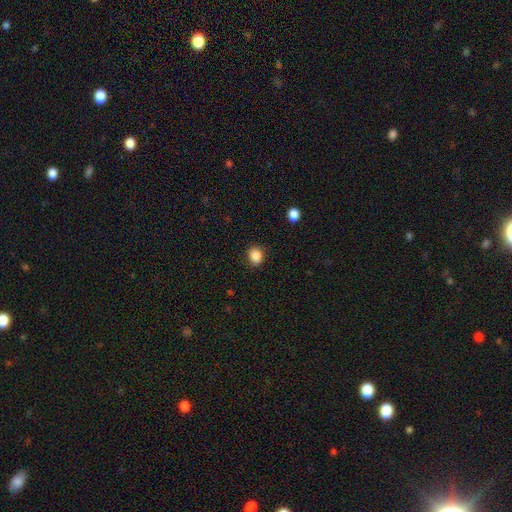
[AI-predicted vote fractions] smooth_or_featured: smooth (p=0.87) [alt: star or artifact p=0.10]
how_rounded: round (p=0.67) [alt: in between p=0.32]
merging: none (p=0.84) [alt: minor disturbance p=0.12]